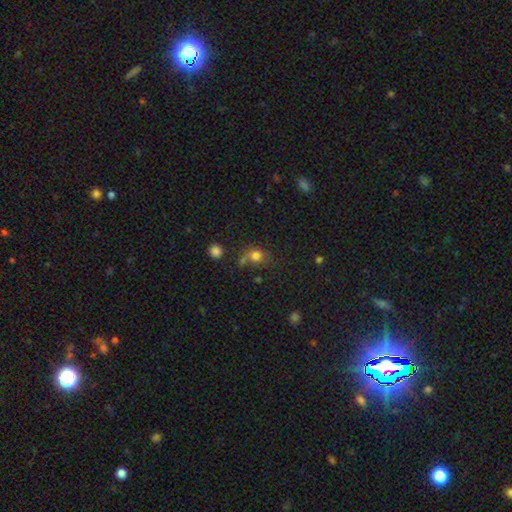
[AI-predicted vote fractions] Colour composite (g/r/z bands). It shows a smooth galaxy with no disk features (77%) that is round (66%). Merging: none (50%).